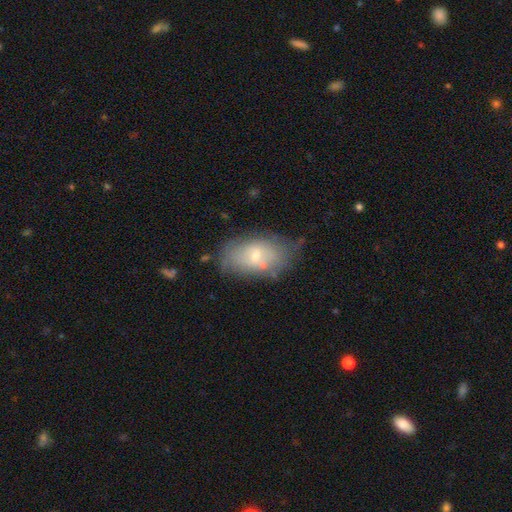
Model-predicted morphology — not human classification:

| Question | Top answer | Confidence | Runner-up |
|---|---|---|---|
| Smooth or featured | smooth | 56% | featured or disk (35%) |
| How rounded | in between | 91% | round (7%) |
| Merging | none | 59% | minor disturbance (25%) |